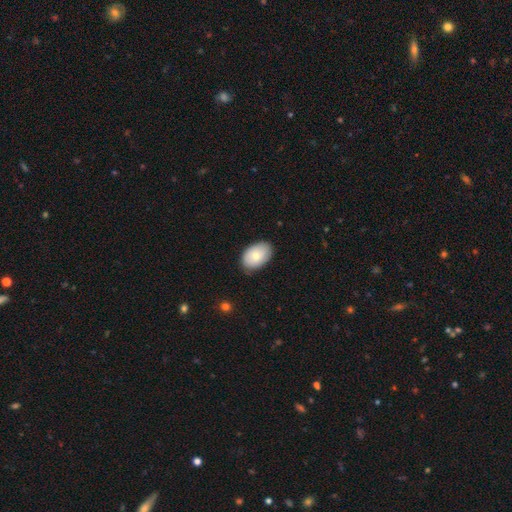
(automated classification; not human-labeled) Q: Smooth or featured?
A: smooth (79%); runner-up: featured or disk (15%)
Q: How rounded?
A: in between (89%); runner-up: round (10%)
Q: Merging?
A: none (82%); runner-up: minor disturbance (14%)